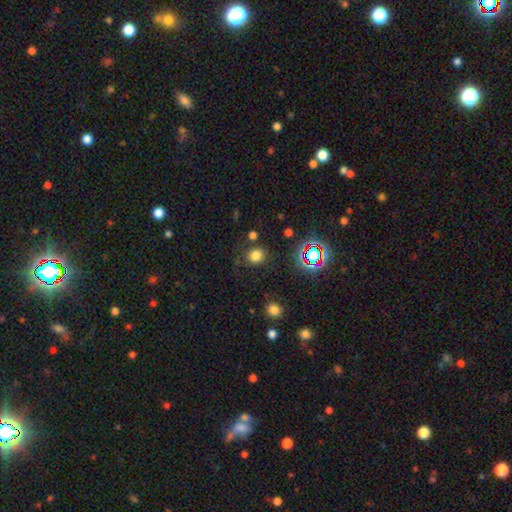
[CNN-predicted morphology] A smooth galaxy with no disk features (75%) that is round (83%).

Vote fractions:
- Smooth or featured? smooth: 75% / star or artifact: 19% / featured or disk: 7%
- How rounded? round: 83% / in between: 16% / cigar-shaped: 1%
- Merging? none: 80% / minor disturbance: 11% / major disturbance: 5% / merger: 3%